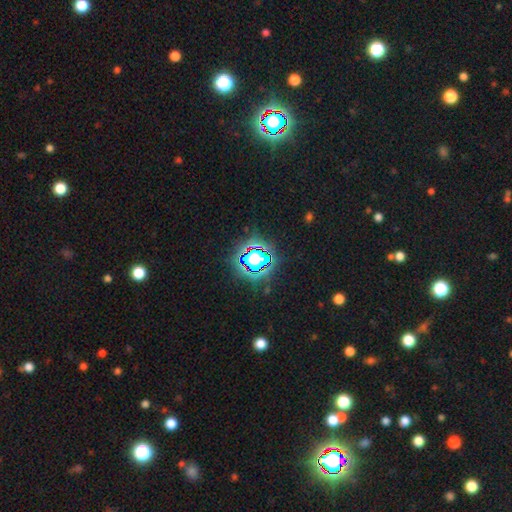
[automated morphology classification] A star or artifact, not a galaxy (72%).

Vote fractions:
- Smooth or featured? star or artifact: 72% / smooth: 18% / featured or disk: 11%